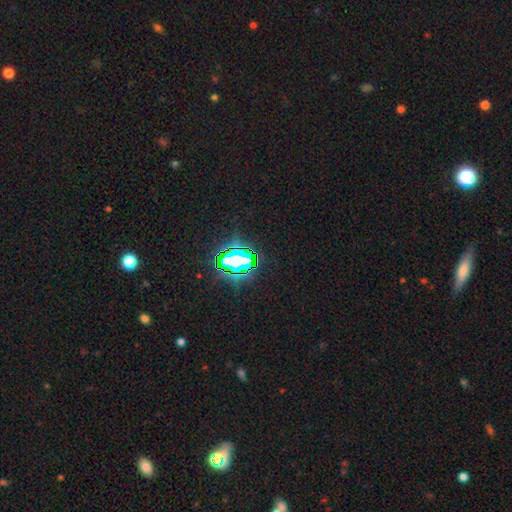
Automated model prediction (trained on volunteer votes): Smooth or featured? star or artifact (78%)